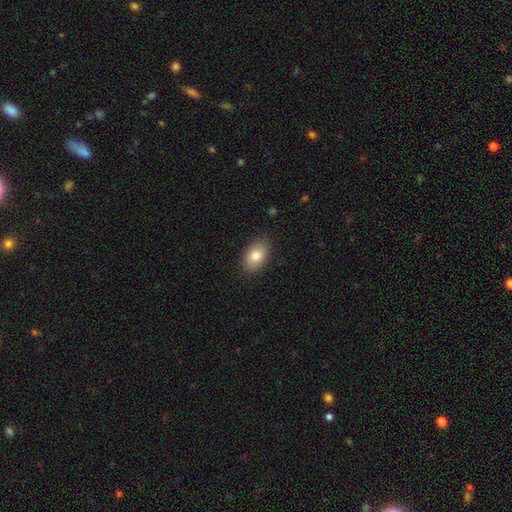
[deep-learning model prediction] smooth 81%, featured or disk 11%, star or artifact 7%. Down the decision tree: how rounded — in between (89%); merging — none (85%).